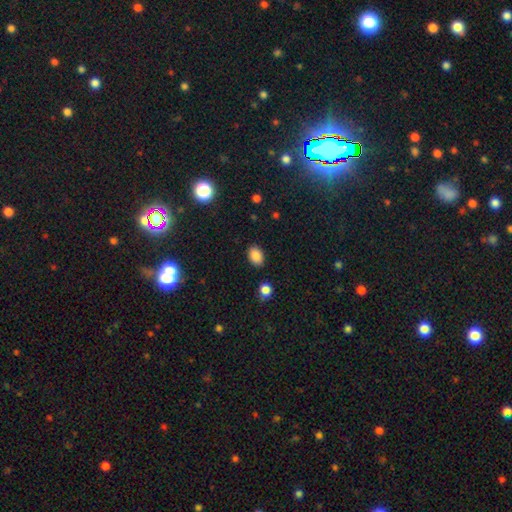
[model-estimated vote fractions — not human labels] Smooth or featured? Predicted: smooth (p=0.86). How rounded? Predicted: in between (p=0.80). Merging? Predicted: none (p=0.84).